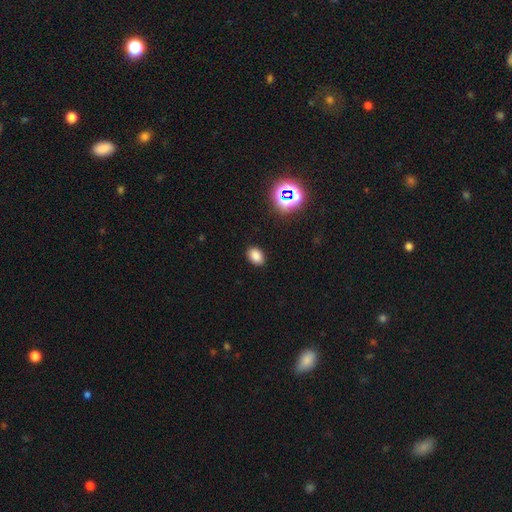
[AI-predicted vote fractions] The model was most divided on "how rounded": in between: 79%, round: 20%, cigar-shaped: 1%. More confident: merging — none (89%); smooth or featured — smooth (80%).